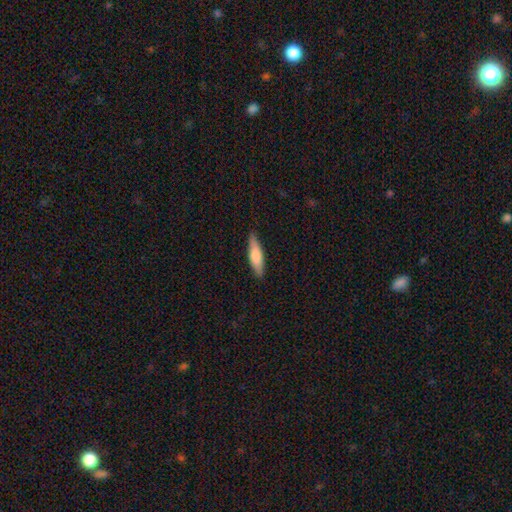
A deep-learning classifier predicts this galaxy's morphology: smooth 71%, featured or disk 24%, star or artifact 5%. Down the decision tree: how rounded — cigar-shaped (67%); merging — none (86%).